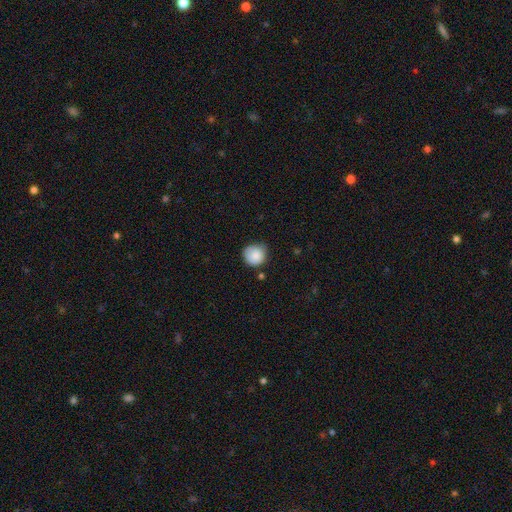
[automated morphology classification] Smooth or featured? smooth (84%)
How rounded? round (91%)
Merging? none (66%)